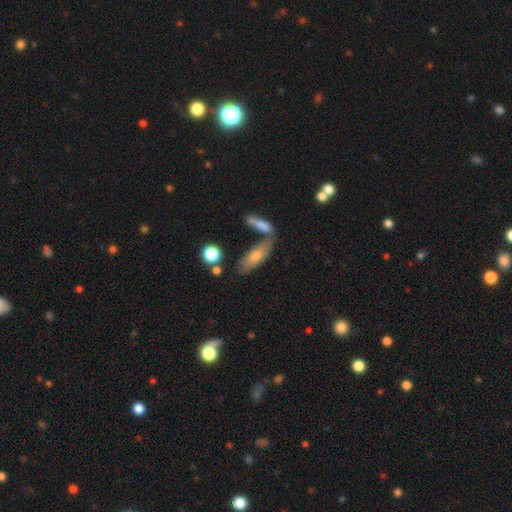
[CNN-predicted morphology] Q: Smooth or featured?
A: featured or disk (44%); runner-up: smooth (35%)
Q: Merging?
A: none (43%); runner-up: merger (33%)